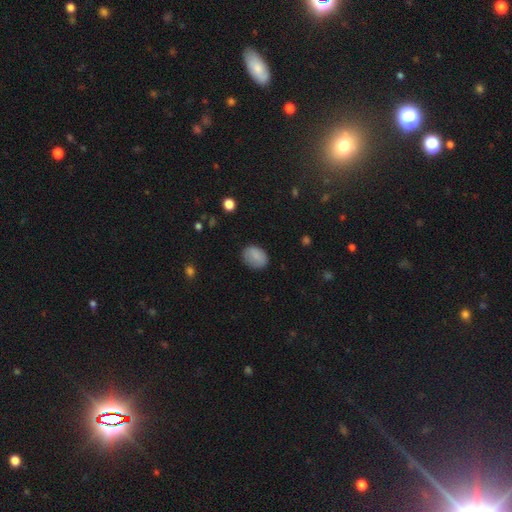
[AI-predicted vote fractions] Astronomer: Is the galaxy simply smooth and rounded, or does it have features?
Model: smooth — 83%.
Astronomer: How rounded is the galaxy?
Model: in between — 69%.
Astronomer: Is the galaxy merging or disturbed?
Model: none — 79%.